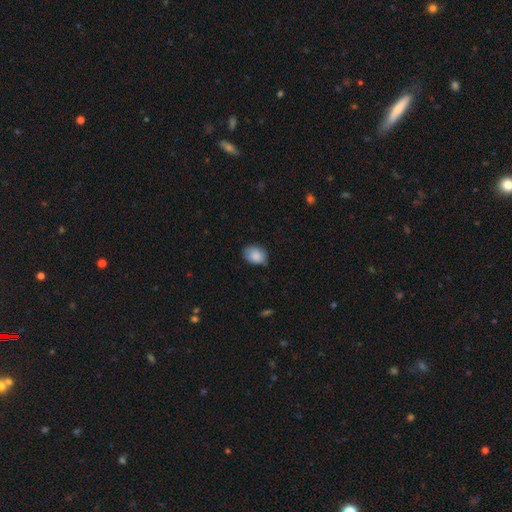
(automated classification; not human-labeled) smooth 87%, star or artifact 7%, featured or disk 6%. Down the decision tree: how rounded — in between (74%); merging — none (73%).